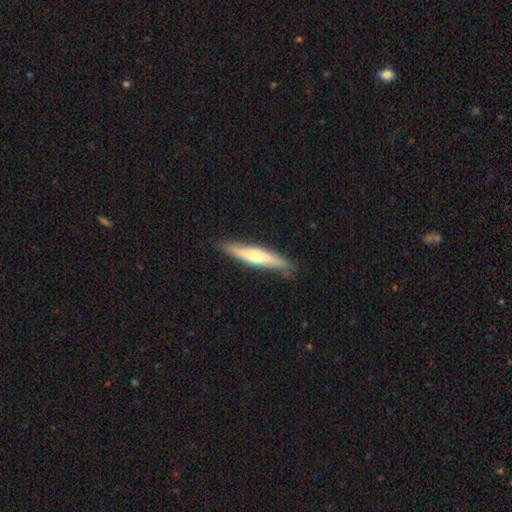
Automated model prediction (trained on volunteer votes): A featured or disk galaxy (50%). Merging: none (82%).